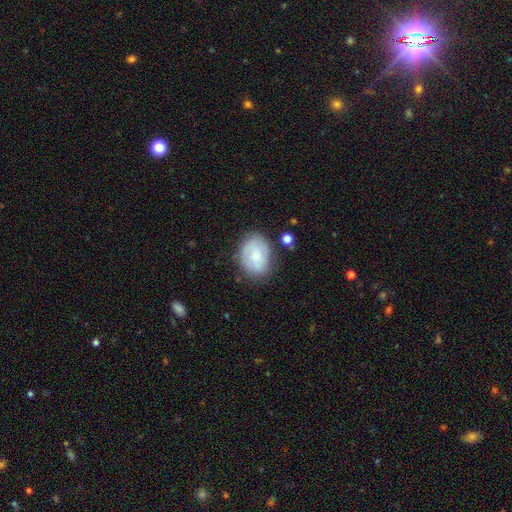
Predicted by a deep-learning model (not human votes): Overall: smooth (60%; featured or disk 33%). How rounded: in between (67%; round 32%). Merging: none (69%).